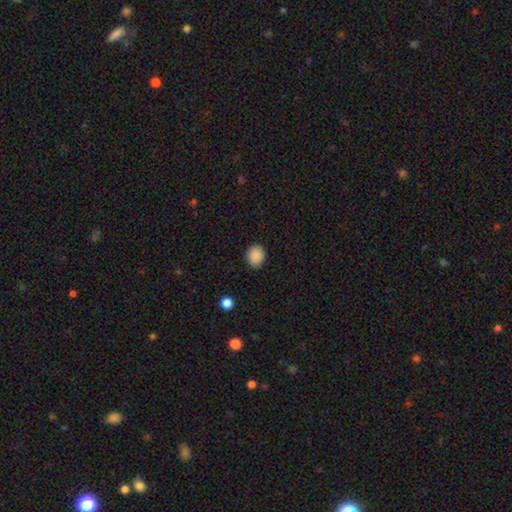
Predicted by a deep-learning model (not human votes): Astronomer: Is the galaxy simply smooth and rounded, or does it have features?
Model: smooth — 88%.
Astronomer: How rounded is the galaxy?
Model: round — 69%.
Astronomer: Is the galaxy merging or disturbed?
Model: none — 90%.